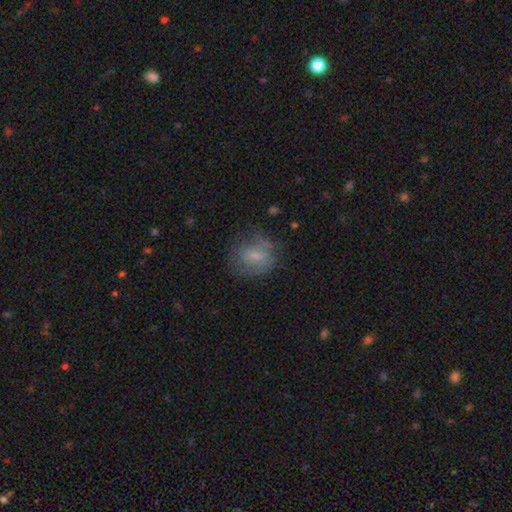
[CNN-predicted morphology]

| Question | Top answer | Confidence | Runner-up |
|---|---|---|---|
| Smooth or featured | smooth | 61% | featured or disk (30%) |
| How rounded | round | 62% | in between (37%) |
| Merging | none | 58% | minor disturbance (24%) |